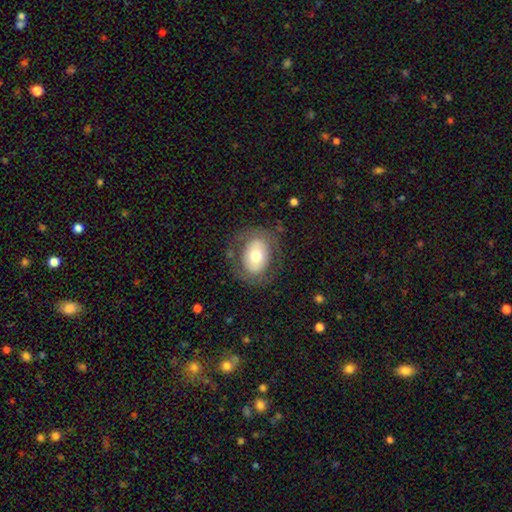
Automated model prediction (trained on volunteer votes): A smooth galaxy with no disk features (56%) that is in between round and cigar-shaped (66%). Merging: none (74%).